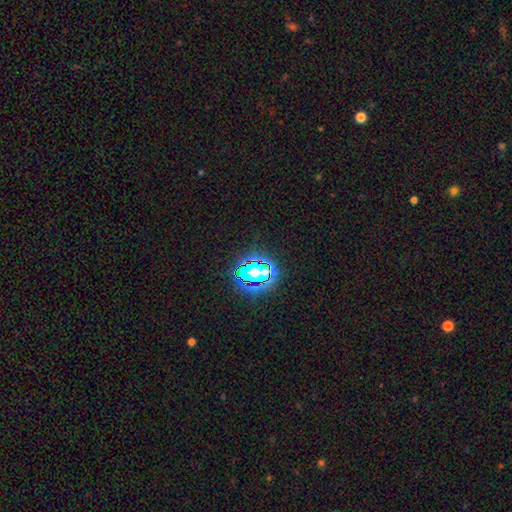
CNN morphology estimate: A star or artifact, not a galaxy (81%).

Vote fractions:
- Smooth or featured? star or artifact: 81% / smooth: 12% / featured or disk: 6%